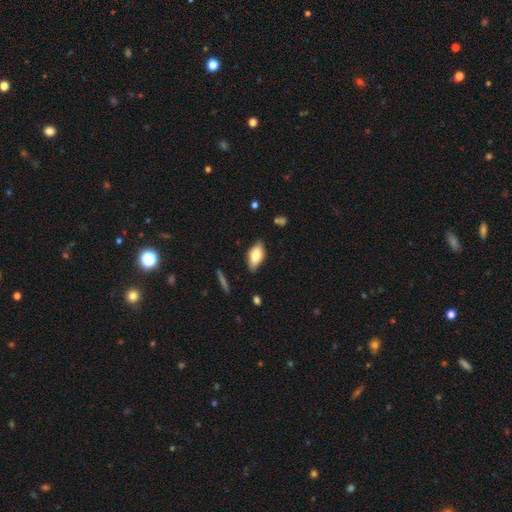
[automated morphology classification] The model was most divided on "smooth or featured": smooth: 71%, featured or disk: 22%, star or artifact: 7%. More confident: how rounded — in between (87%); merging — none (81%).